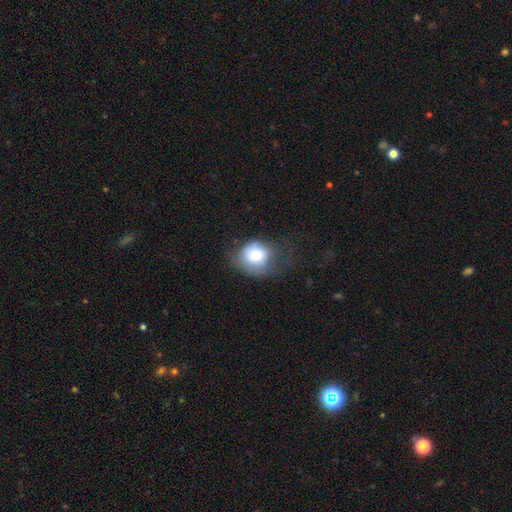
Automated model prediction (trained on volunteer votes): Overall: smooth (70%). How rounded: round (66%; in between 33%). Merging: none (47%; minor disturbance 29%).